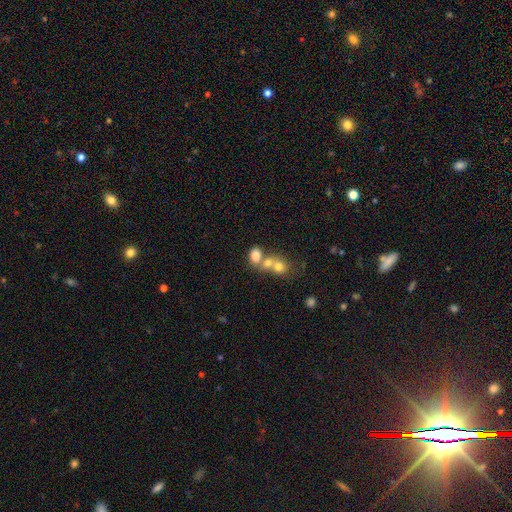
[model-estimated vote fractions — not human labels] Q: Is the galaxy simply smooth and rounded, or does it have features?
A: smooth — 76%.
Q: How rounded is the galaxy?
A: in between — 68%.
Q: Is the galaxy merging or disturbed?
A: merger — 55%.